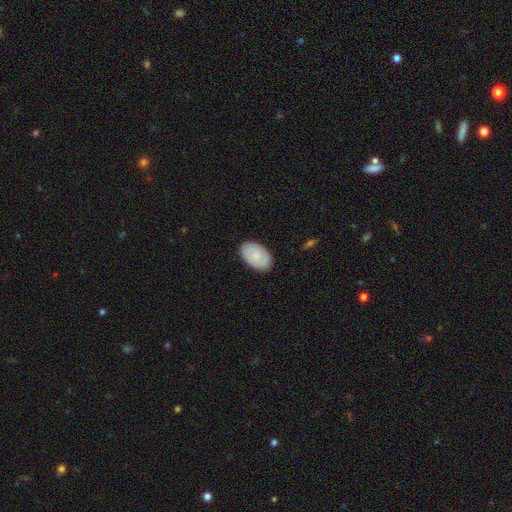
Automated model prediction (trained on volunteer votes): The model was most divided on "smooth or featured": smooth: 69%, featured or disk: 24%, star or artifact: 6%. More confident: how rounded — in between (91%); merging — none (85%).